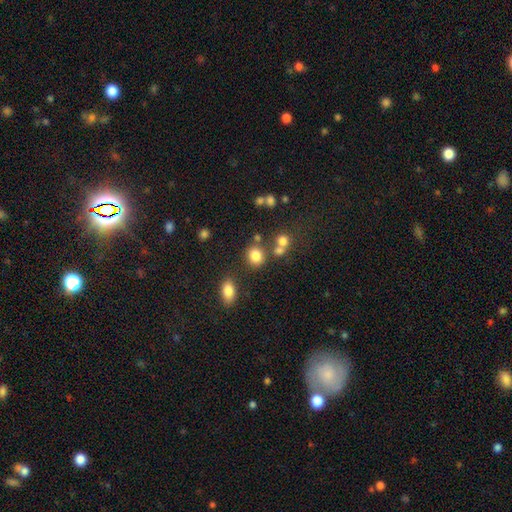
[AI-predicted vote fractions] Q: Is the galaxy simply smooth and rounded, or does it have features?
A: smooth — 81%.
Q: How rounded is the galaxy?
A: round — 76%.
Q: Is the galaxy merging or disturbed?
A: none — 69%.